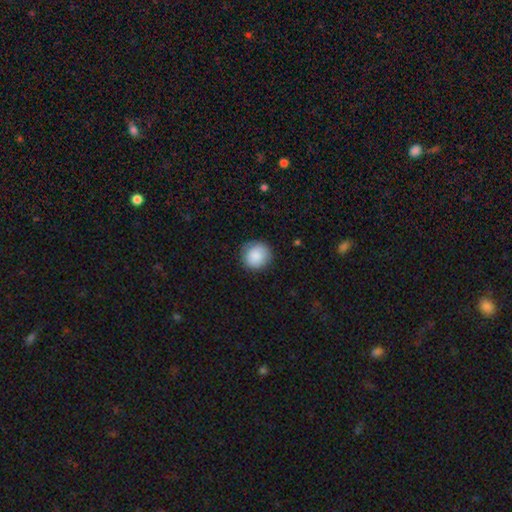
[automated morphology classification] This is clearly a smooth galaxy (86%). How rounded: clearly round (91%). Merging: clearly none (84%).